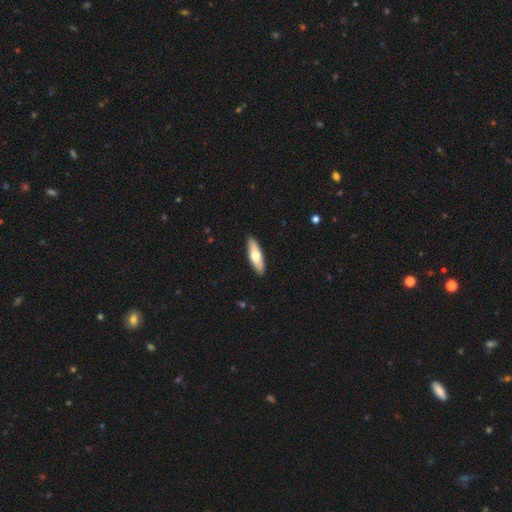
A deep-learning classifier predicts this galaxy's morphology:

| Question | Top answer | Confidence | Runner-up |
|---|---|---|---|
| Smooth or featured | smooth | 60% | featured or disk (36%) |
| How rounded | cigar-shaped | 56% | in between (42%) |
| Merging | none | 91% | minor disturbance (7%) |